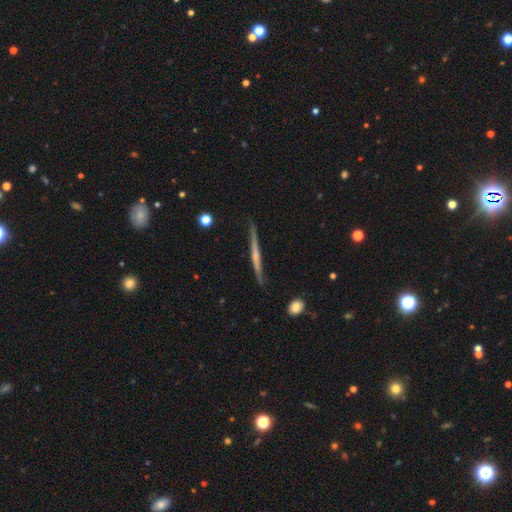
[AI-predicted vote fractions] Smooth or featured?
  - featured or disk: 65% *
  - smooth: 29%
  - star or artifact: 6%
Edge-on disk?
  - yes: 98% *
  - no: 2%
Edge-on bulge?
  - none: 63% *
  - rounded: 27%
  - boxy: 10%
Merging?
  - none: 87% *
  - minor disturbance: 10%
  - major disturbance: 2%
  - merger: 1%